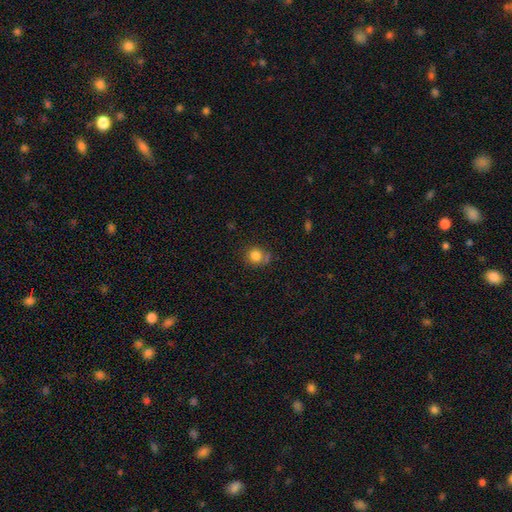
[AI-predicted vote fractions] Overall: smooth (82%). How rounded: round (84%). Merging: none (64%).